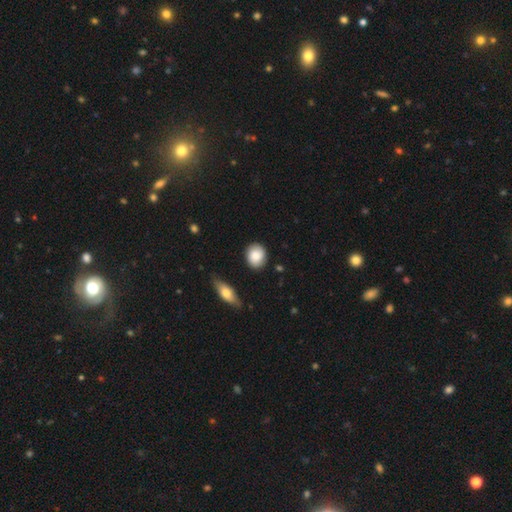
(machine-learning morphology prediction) This is clearly a smooth galaxy (83%). How rounded: likely round (68%). Merging: clearly none (83%).